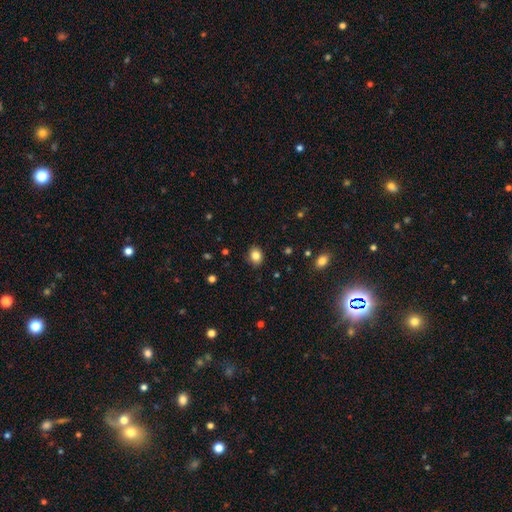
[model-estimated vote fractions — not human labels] A smooth galaxy with no disk features (84%) that is in between round and cigar-shaped (52%).

Vote fractions:
- Smooth or featured? smooth: 84% / star or artifact: 10% / featured or disk: 6%
- How rounded? in between: 52% / round: 47% / cigar-shaped: 1%
- Merging? none: 88% / minor disturbance: 9% / major disturbance: 2% / merger: 1%